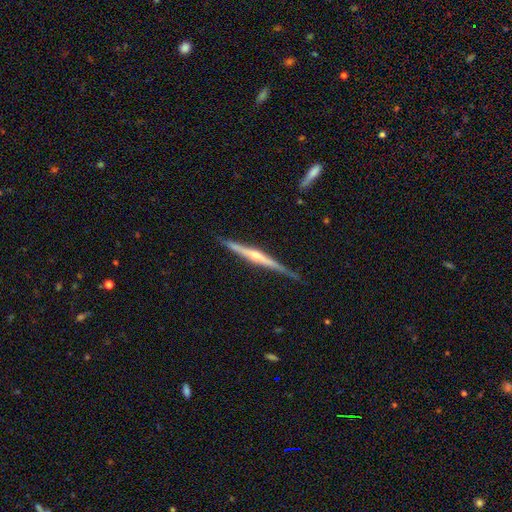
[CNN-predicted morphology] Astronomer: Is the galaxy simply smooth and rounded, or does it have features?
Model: featured or disk — 79%.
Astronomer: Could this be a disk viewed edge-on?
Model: yes — 98%.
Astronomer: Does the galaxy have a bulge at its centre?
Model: rounded — 76%.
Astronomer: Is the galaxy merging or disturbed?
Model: none — 82%.